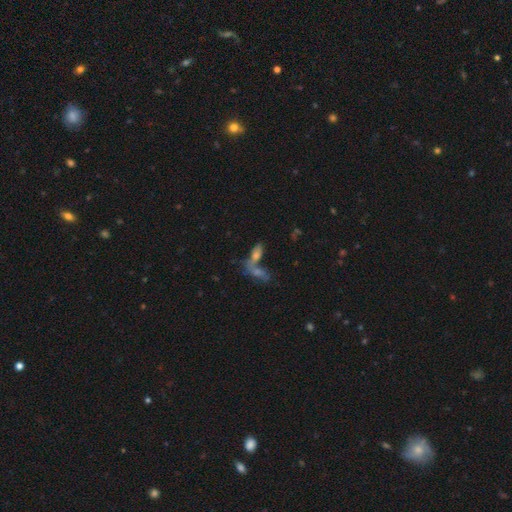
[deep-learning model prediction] The model was most divided on "merging": merger: 52%, none: 34%, minor disturbance: 9%, major disturbance: 6%. More confident: how rounded — in between (63%); smooth or featured — smooth (55%).